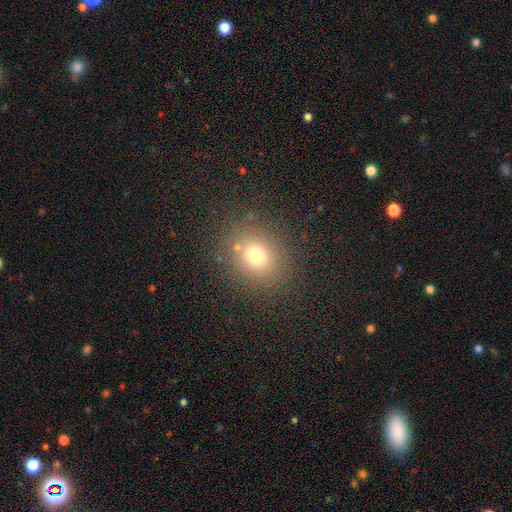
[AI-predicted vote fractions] Smooth or featured: smooth — 72% (star or artifact — 18%)
How rounded: round — 70% (in between — 29%)
Merging: none — 82% (minor disturbance — 10%)